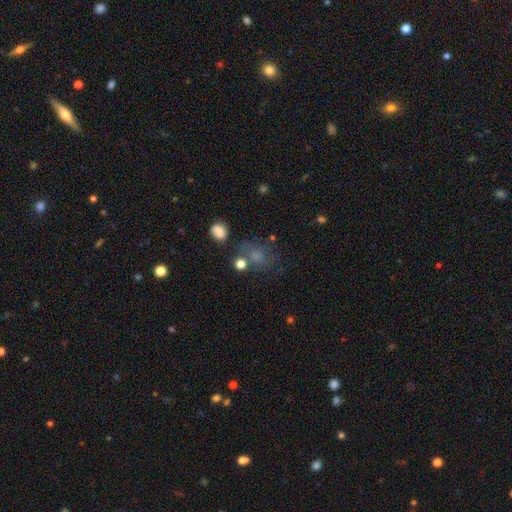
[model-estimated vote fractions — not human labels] smooth 55%, star or artifact 23%, featured or disk 22%. Down the decision tree: how rounded — round (58%); merging — none (54%).